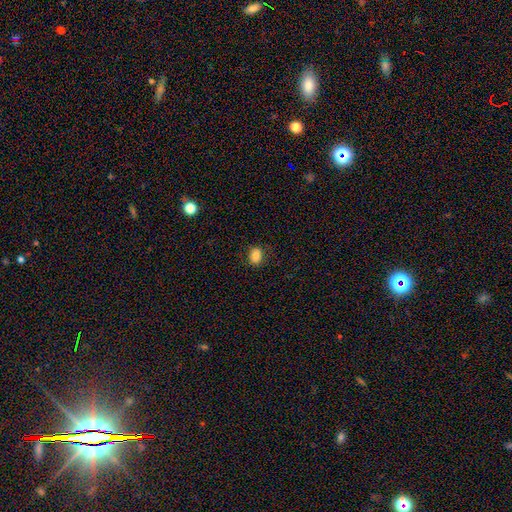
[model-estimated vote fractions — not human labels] Smooth or featured? Predicted: smooth (p=0.84). How rounded? Predicted: in between (p=0.60). Merging? Predicted: none (p=0.85).